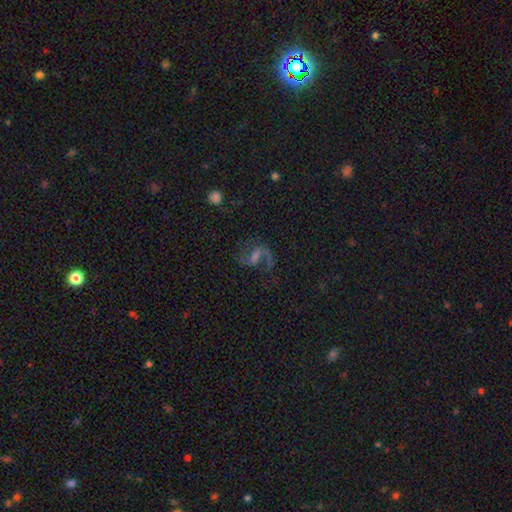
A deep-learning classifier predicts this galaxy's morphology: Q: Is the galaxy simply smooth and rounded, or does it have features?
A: featured or disk — 79%.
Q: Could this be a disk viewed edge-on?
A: no — 98%.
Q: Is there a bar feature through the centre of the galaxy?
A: weak — 49%.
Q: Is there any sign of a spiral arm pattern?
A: yes — 95%.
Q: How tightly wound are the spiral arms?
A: loose — 51%.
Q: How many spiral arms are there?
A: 2 — 88%.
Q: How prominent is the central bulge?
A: small — 40%.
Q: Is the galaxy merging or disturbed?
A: none — 68%.